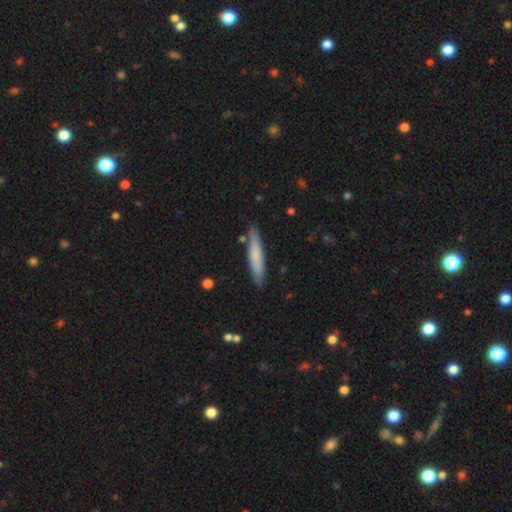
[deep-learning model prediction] The model was most divided on "smooth or featured": smooth: 67%, featured or disk: 28%, star or artifact: 6%. More confident: how rounded — cigar-shaped (92%); merging — none (85%).